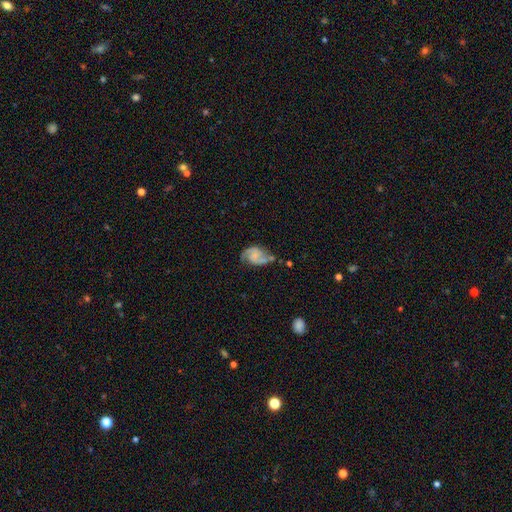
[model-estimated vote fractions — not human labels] Smooth or featured? featured or disk (79%)
Edge-on disk? no (98%)
Bar? no (59%)
Spiral arms? yes (95%)
Spiral winding? medium (46%)
Spiral arm count? 2 (89%)
Bulge size? none (44%)
Merging? none (55%)